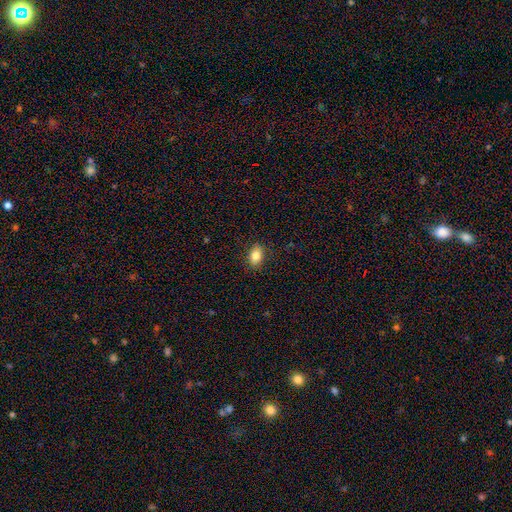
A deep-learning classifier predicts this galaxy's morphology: Smooth or featured: smooth — 83% (featured or disk — 8%)
How rounded: in between — 84% (round — 13%)
Merging: none — 88% (minor disturbance — 9%)